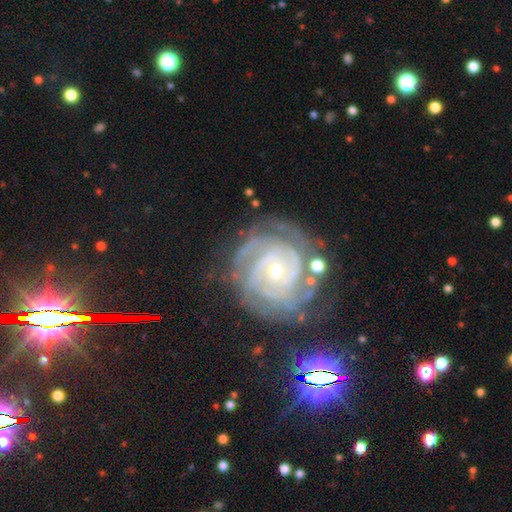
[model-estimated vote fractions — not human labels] Smooth or featured? featured or disk (88%)
Edge-on disk? no (97%)
Bar? no (72%)
Spiral arms? yes (96%)
Spiral winding? tight (76%)
Spiral arm count? 3 (25%, tied with 2 and can't tell)
Bulge size? moderate (51%)
Merging? none (66%)